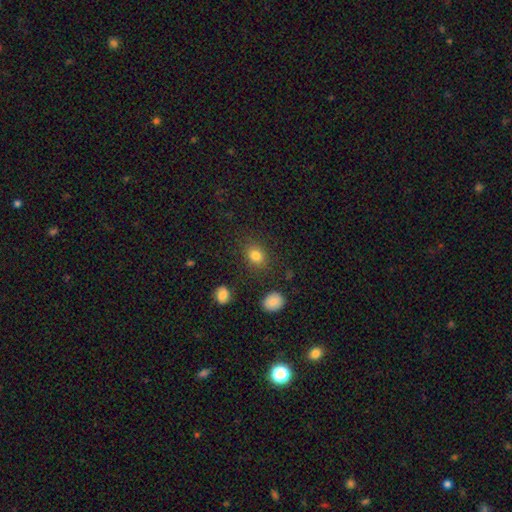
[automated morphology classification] Smooth or featured?
  - smooth: 82% *
  - star or artifact: 12%
  - featured or disk: 6%
How rounded?
  - round: 52% *
  - in between: 47%
  - cigar-shaped: 1%
Merging?
  - none: 83% *
  - minor disturbance: 10%
  - major disturbance: 4%
  - merger: 3%